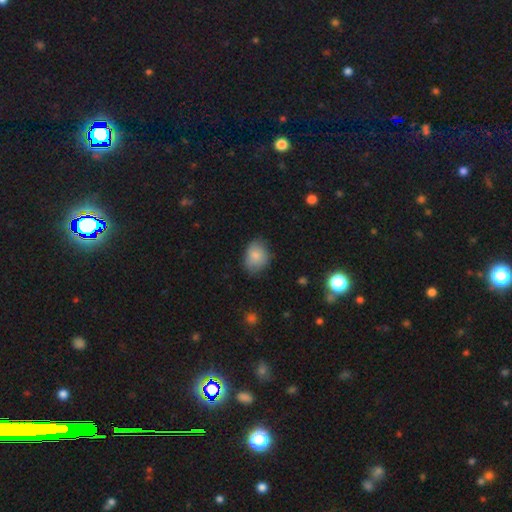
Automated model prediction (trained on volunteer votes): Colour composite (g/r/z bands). It shows a smooth galaxy with no disk features (83%) that is in between round and cigar-shaped (64%). Merging: none (67%).